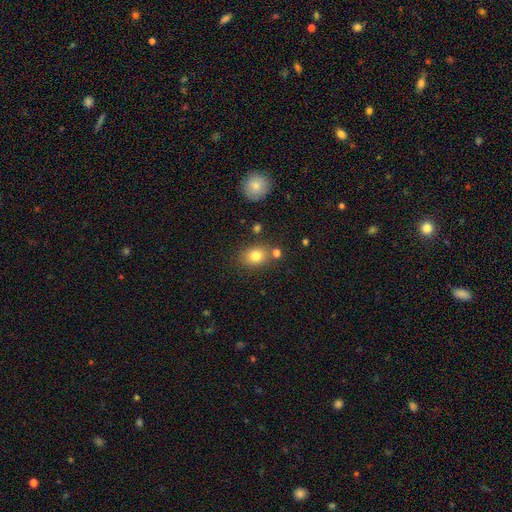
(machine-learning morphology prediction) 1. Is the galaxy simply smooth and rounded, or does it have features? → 80% smooth, 10% star or artifact, 10% featured or disk.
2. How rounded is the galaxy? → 62% in between, 36% round, 1% cigar-shaped.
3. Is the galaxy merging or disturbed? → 73% none, 13% minor disturbance, 11% merger, 4% major disturbance.